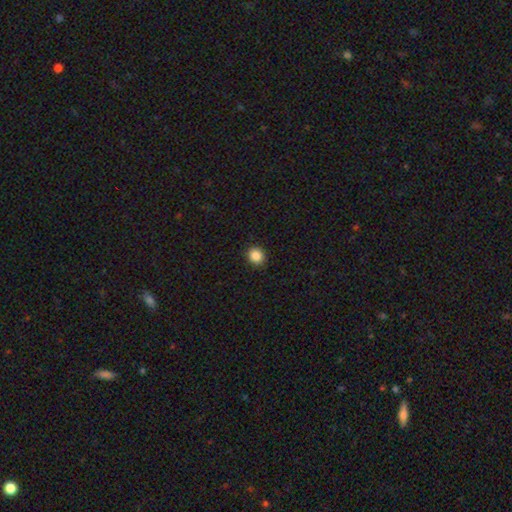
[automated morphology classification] This appears to be a smooth galaxy with no disk features (87%) that is round (82%). Merging: none (92%).